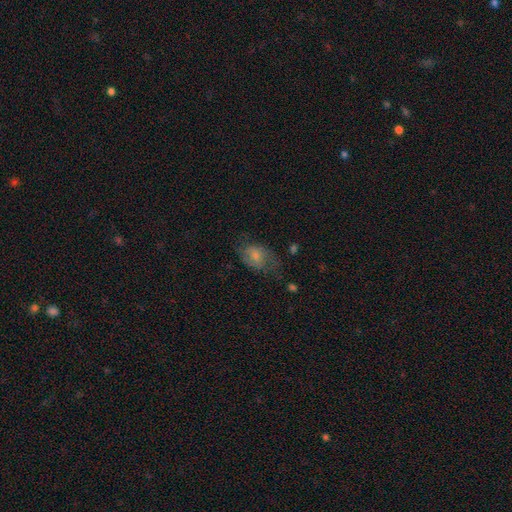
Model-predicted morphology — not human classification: A smooth galaxy with no disk features (60%) that is in between round and cigar-shaped (81%). Merging: none (46%).